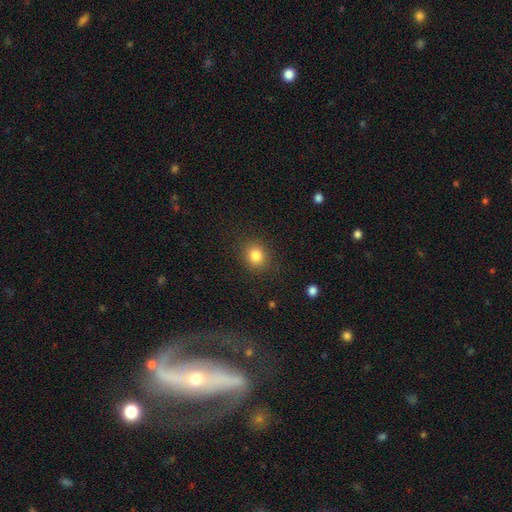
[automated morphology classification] The model was most divided on "how rounded": round: 76%, in between: 23%, cigar-shaped: 1%. More confident: merging — none (87%); smooth or featured — smooth (83%).